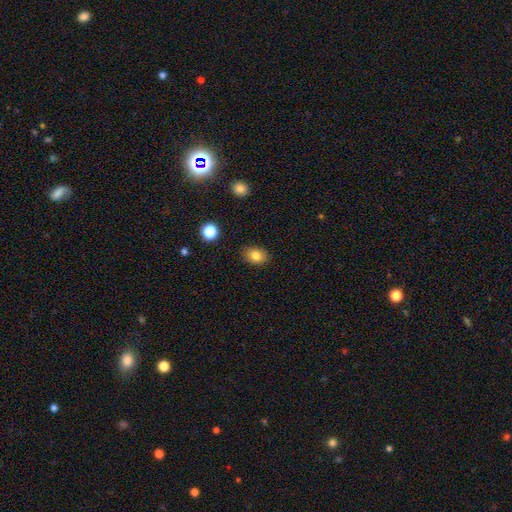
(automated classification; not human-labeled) Morphology: type=smooth (82%); roundness=in between (65%); merging=none (86%).